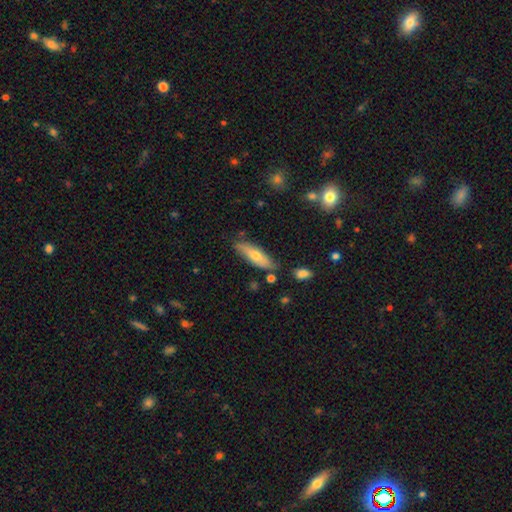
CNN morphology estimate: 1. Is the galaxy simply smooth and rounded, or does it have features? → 64% smooth, 30% featured or disk, 6% star or artifact.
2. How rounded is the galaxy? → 53% cigar-shaped, 45% in between, 2% round.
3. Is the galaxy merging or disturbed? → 74% none, 17% minor disturbance, 5% merger, 3% major disturbance.